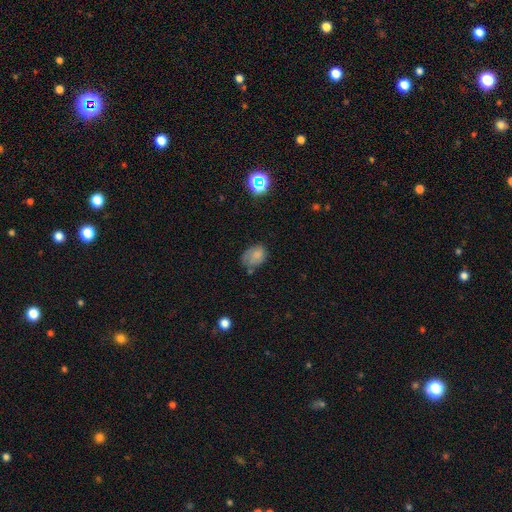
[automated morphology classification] smooth_or_featured: smooth (p=0.72) [alt: featured or disk p=0.16]
how_rounded: in between (p=0.72) [alt: round p=0.27]
merging: none (p=0.47) [alt: minor disturbance p=0.33]